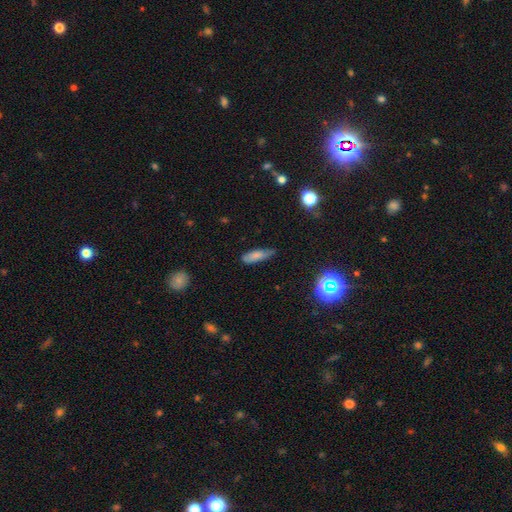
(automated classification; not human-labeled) A smooth galaxy with no disk features (76%) that is cigar-shaped (55%). Merging: none (58%).